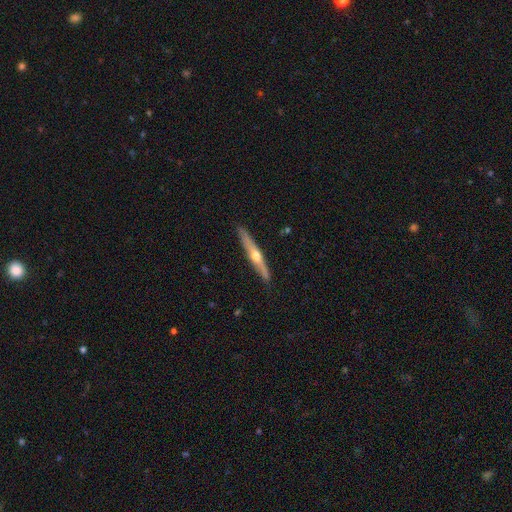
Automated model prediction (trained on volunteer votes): A featured or disk galaxy (66%) viewed edge-on (96%) with a rounded central bulge (91%). Merging: none (89%).